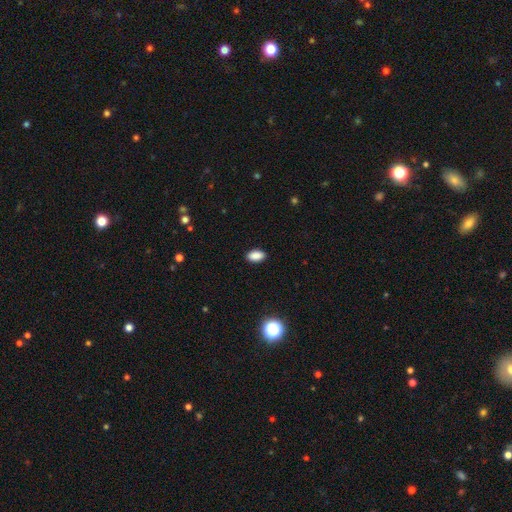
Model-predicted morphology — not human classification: Smooth or featured? Predicted: smooth (p=0.87). How rounded? Predicted: in between (p=0.92). Merging? Predicted: none (p=0.90).